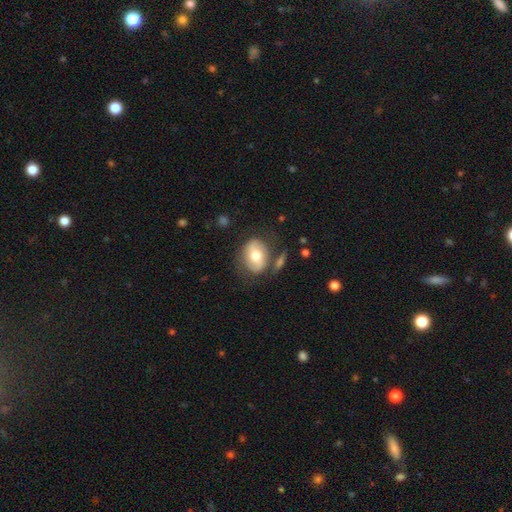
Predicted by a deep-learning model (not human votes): Smooth or featured? smooth (61%)
How rounded? in between (66%)
Merging? none (63%)